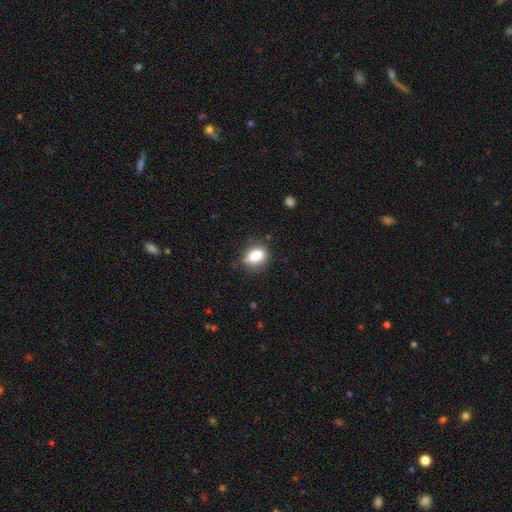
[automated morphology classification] smooth_or_featured: smooth (p=0.86) [alt: star or artifact p=0.09]
how_rounded: in between (p=0.72) [alt: round p=0.26]
merging: none (p=0.75) [alt: minor disturbance p=0.18]